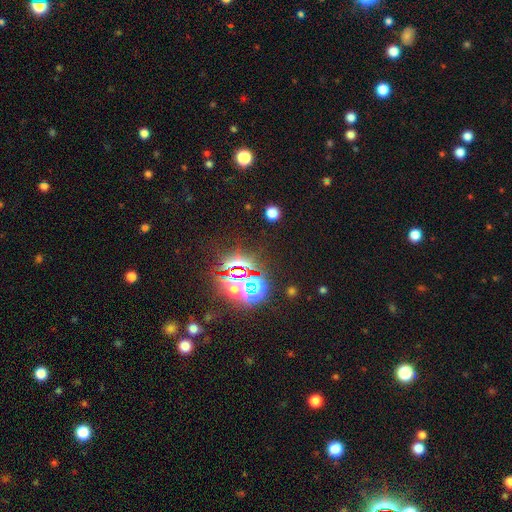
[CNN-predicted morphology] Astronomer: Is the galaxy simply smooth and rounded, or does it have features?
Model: star or artifact — 81%.